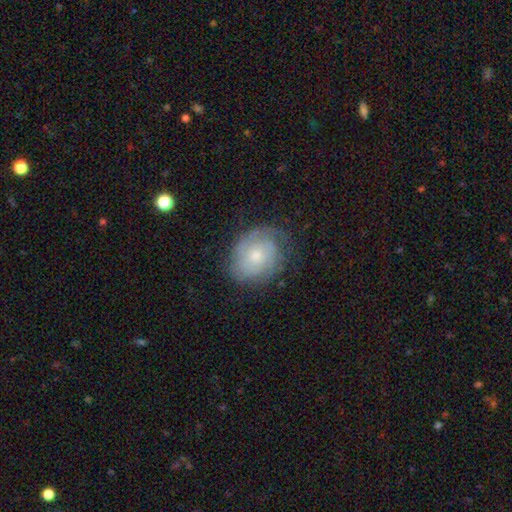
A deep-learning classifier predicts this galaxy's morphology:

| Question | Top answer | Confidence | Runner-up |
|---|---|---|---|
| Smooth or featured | featured or disk | 65% | smooth (28%) |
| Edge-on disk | no | 97% | yes (3%) |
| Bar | no | 80% | weak (18%) |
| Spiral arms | yes | 87% | no (13%) |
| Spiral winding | tight | 69% | medium (24%) |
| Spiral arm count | can't tell | 46% | 2 (25%) |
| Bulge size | small | 54% | moderate (40%) |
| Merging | none | 72% | minor disturbance (20%) |